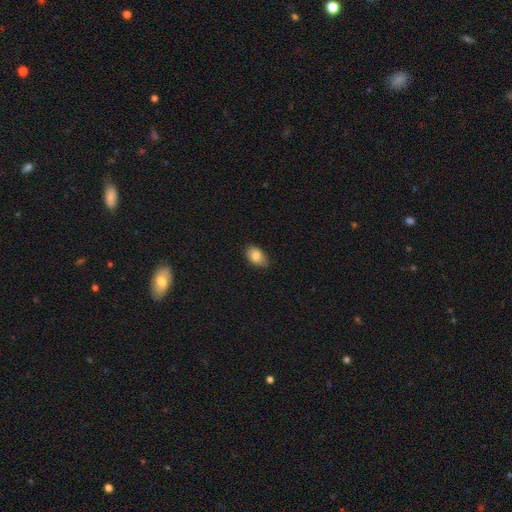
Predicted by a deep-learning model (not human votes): Morphology: type=smooth (83%); roundness=in between (87%); merging=none (74%).